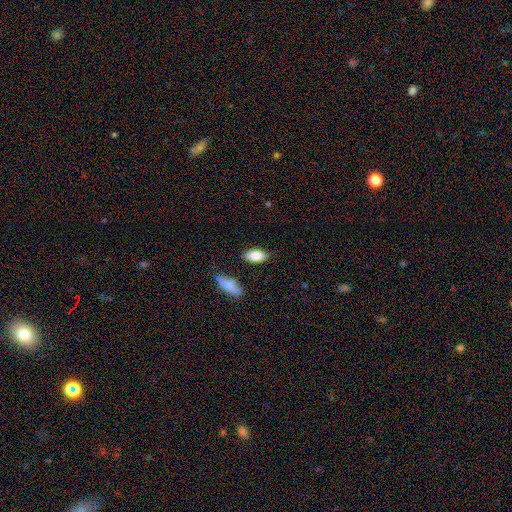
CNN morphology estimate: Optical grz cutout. It shows a smooth galaxy with no disk features (85%) that is in between round and cigar-shaped (91%). Merging: none (81%).